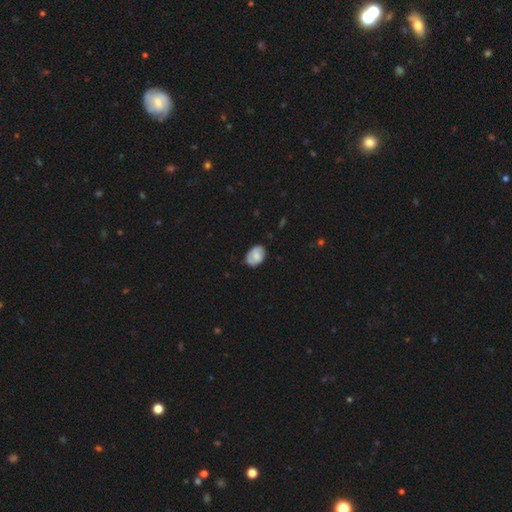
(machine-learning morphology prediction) smooth_or_featured: smooth (p=0.65) [alt: featured or disk p=0.28]
how_rounded: in between (p=0.79) [alt: round p=0.20]
merging: none (p=0.67) [alt: minor disturbance p=0.26]